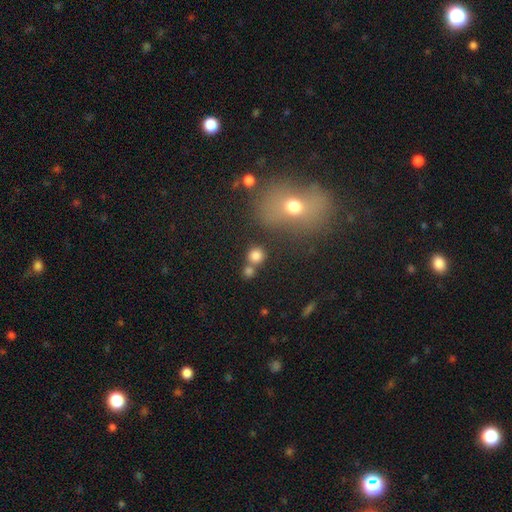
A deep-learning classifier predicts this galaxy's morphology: Smooth or featured? Predicted: smooth (p=0.80). How rounded? Predicted: round (p=0.89). Merging? Predicted: none (p=0.62).